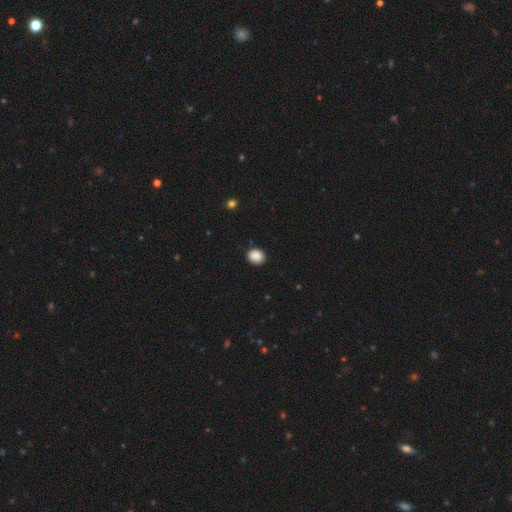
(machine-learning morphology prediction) Smooth or featured? smooth (88%)
How rounded? round (75%)
Merging? none (88%)